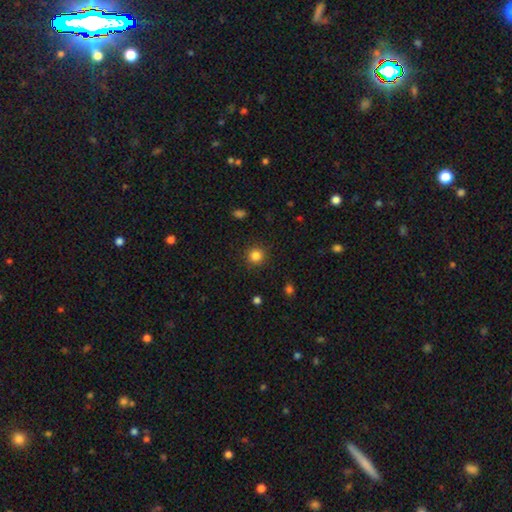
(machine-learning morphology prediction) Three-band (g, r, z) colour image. It shows a smooth galaxy with no disk features (84%) that is round (93%). Merging: none (91%).